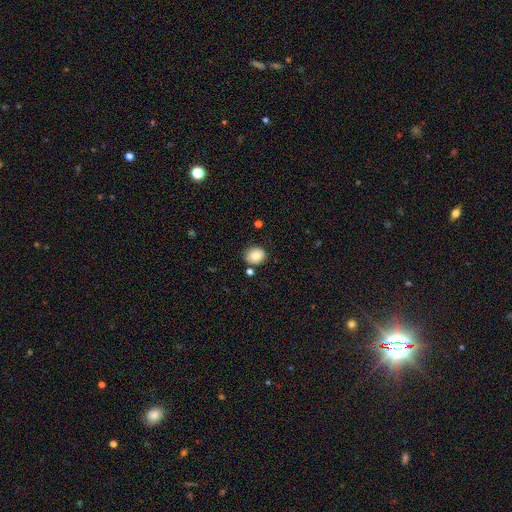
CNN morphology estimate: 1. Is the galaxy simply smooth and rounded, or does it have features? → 85% smooth, 8% star or artifact, 6% featured or disk.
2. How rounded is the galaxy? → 60% round, 39% in between, 1% cigar-shaped.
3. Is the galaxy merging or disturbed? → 78% none, 13% minor disturbance, 6% merger, 3% major disturbance.